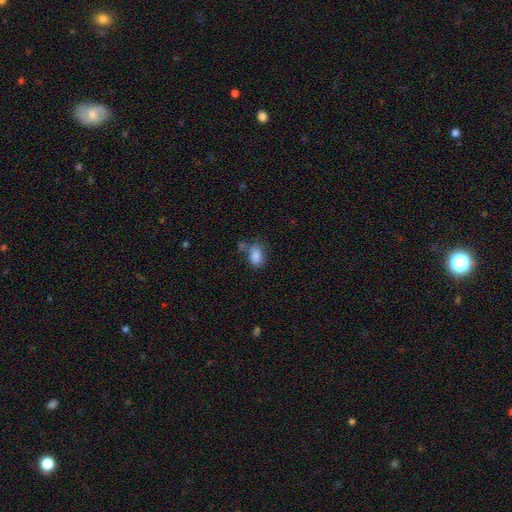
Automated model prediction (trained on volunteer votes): A smooth galaxy with no disk features (85%) that is in between round and cigar-shaped (86%). Merging: none (56%).